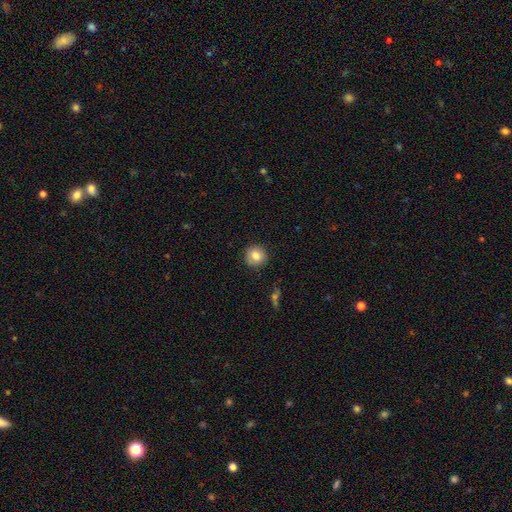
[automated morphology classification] This is clearly a smooth galaxy (82%). How rounded: clearly round (92%). Merging: clearly none (90%).